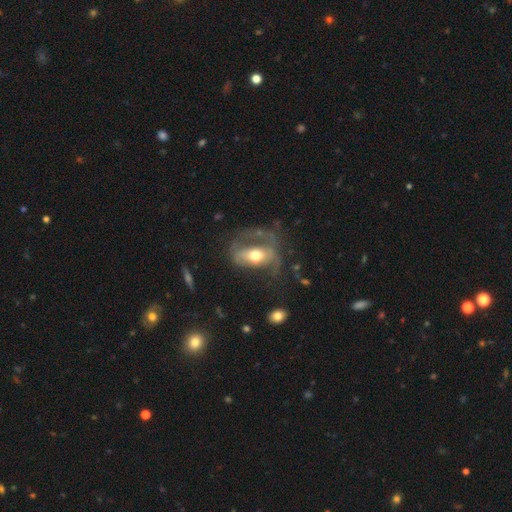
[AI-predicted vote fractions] Morphology: type=featured or disk (63%); edge-on=no (92%); bar=no (42%); spiral arms=yes (57%); bulge=moderate (70%); merging=major disturbance (44%).